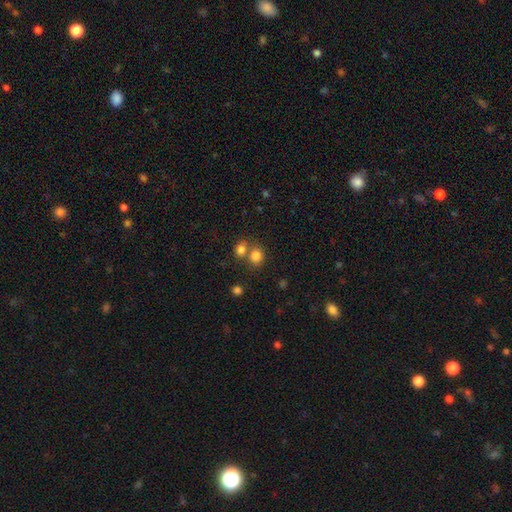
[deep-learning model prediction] Morphology: type=smooth (81%); roundness=round (67%); merging=none (48%).